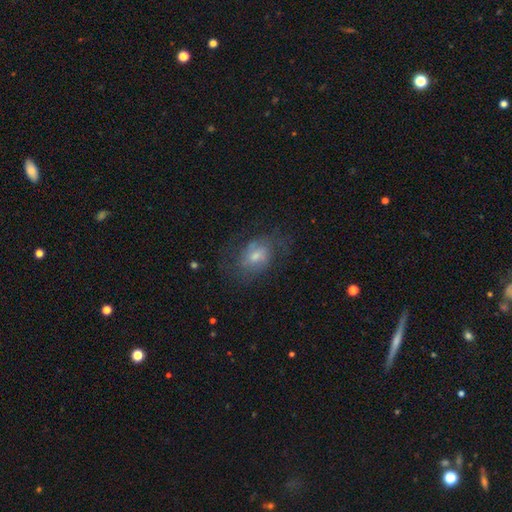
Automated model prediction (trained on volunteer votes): Morphology: type=featured or disk (57%); edge-on=no (96%); bar=no (49%); spiral arms=yes (78%); bulge=moderate (44%, tied with small); merging=none (63%).